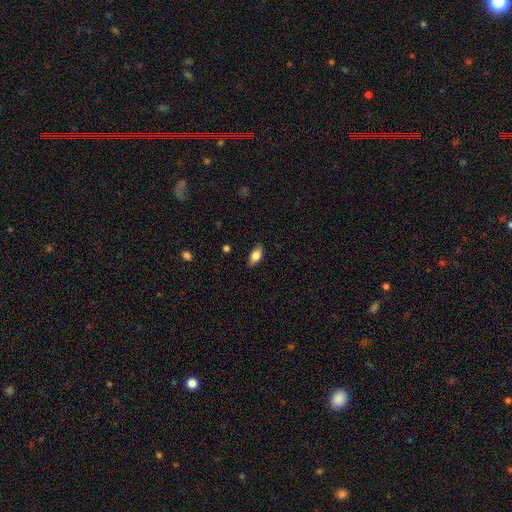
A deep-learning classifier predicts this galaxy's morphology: The model was most divided on "smooth or featured": smooth: 74%, featured or disk: 19%, star or artifact: 7%. More confident: how rounded — in between (86%); merging — none (82%).